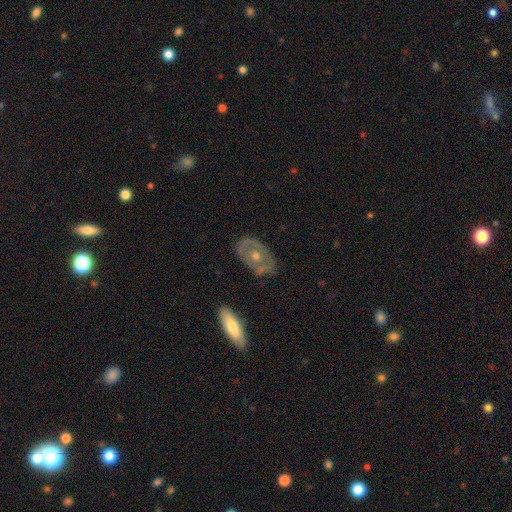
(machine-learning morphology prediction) Overall: featured or disk (63%; smooth 30%). Edge-on disk: no (89%). Bar: no (87%). Spiral arms: no (76%). Bulge size: moderate (65%; small 31%). Merging: none (72%).